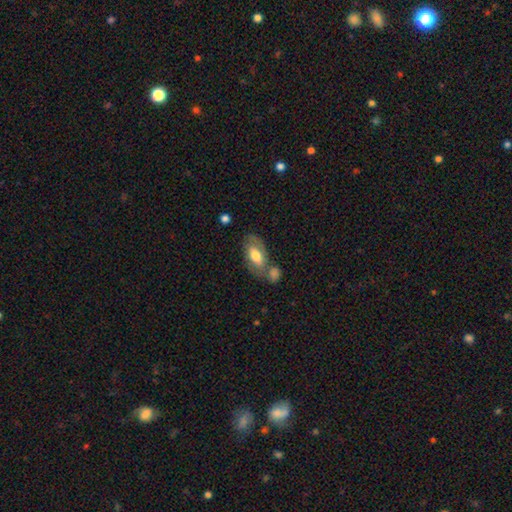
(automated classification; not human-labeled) The model was most divided on "smooth or featured": smooth: 57%, featured or disk: 37%, star or artifact: 6%. Remaining: how rounded — in between (90%); merging — none (49%).